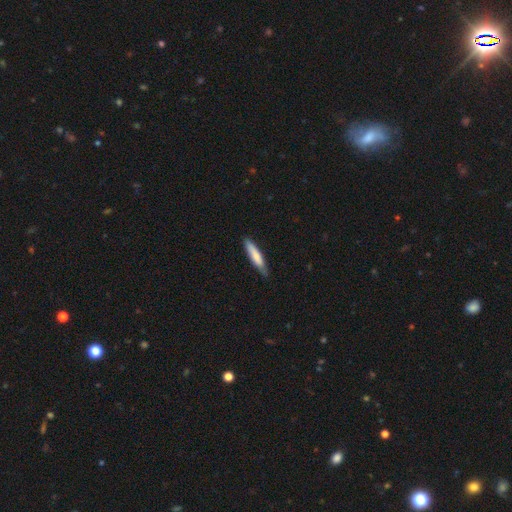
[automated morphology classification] Overall: smooth (75%). How rounded: cigar-shaped (85%). Merging: none (77%).